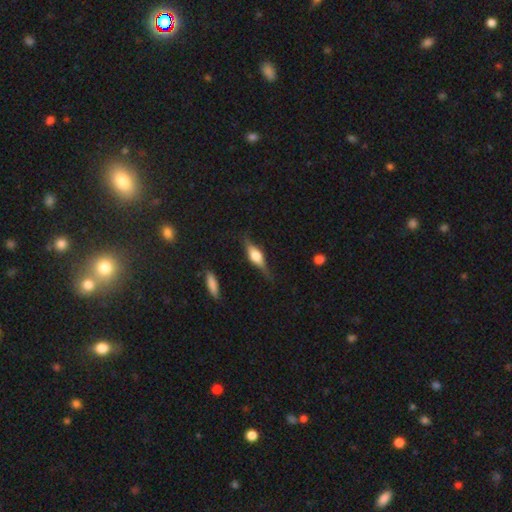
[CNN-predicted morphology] type=featured or disk (66%); edge-on=yes (95%); edge-on bulge=rounded (88%); merging=none (78%).